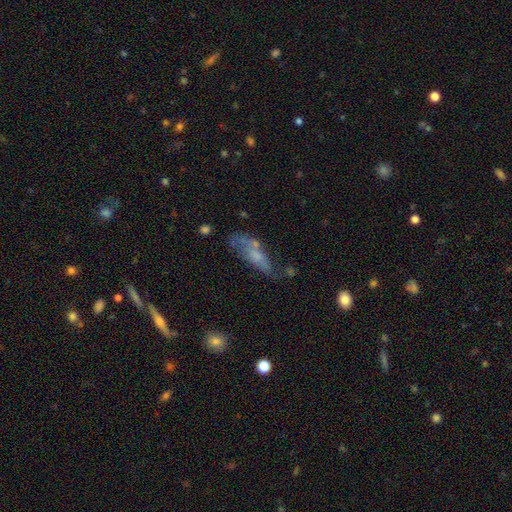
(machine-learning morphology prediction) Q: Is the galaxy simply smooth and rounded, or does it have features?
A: smooth — 44%.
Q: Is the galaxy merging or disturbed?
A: none — 39%.